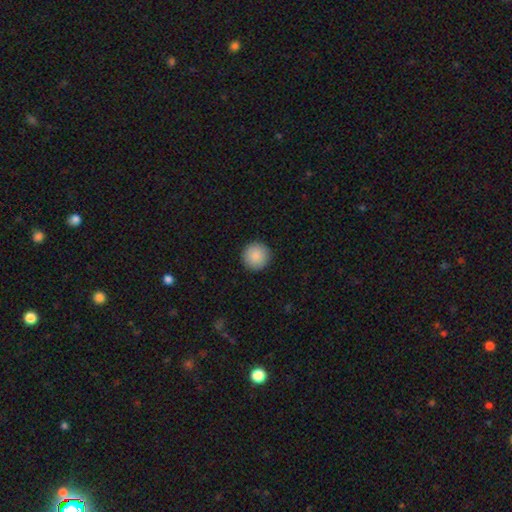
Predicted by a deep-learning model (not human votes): This appears to be a smooth galaxy with no disk features (89%) that is round (96%). Merging: none (93%).